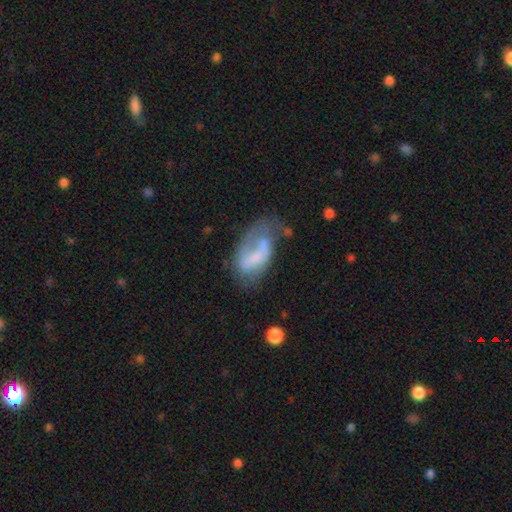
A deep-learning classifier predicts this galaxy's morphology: smooth_or_featured: featured or disk (p=0.46) [alt: smooth p=0.45]
merging: major disturbance (p=0.32) [alt: none p=0.30]